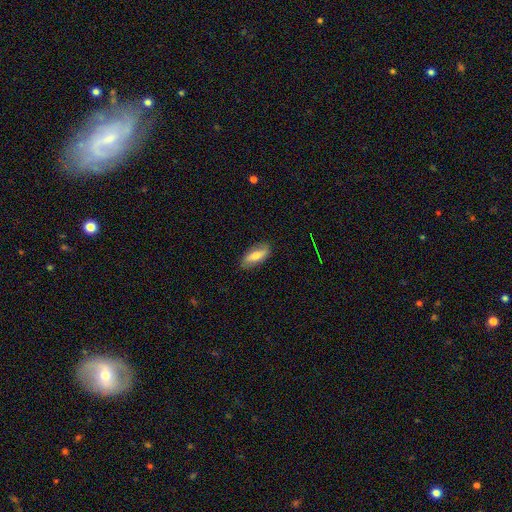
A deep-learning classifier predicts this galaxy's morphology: Smooth or featured? Predicted: smooth (p=0.67). How rounded? Predicted: in between (p=0.75). Merging? Predicted: none (p=0.83).